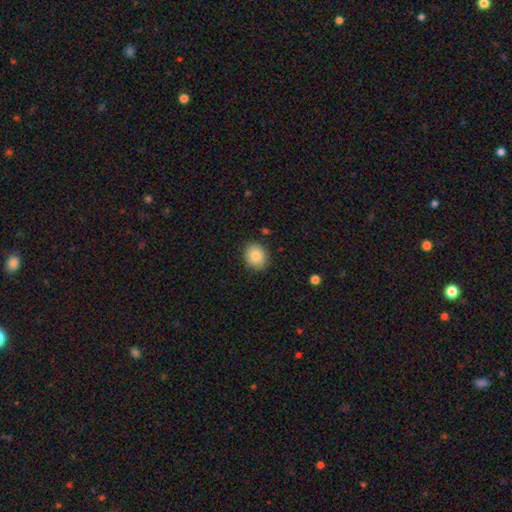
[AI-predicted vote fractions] Smooth or featured? smooth (84%)
How rounded? round (67%)
Merging? none (88%)